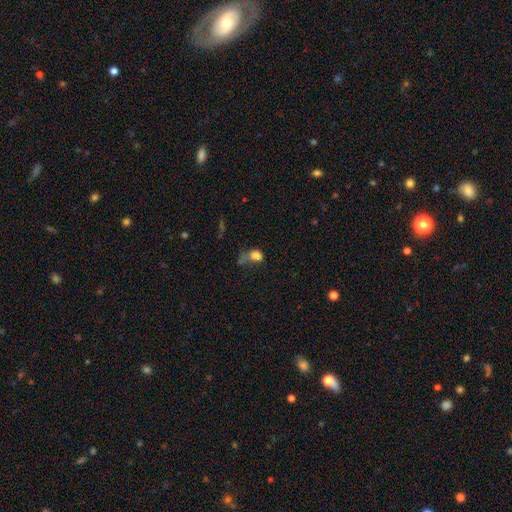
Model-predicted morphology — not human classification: smooth_or_featured: smooth (p=0.72) [alt: star or artifact p=0.15]
how_rounded: in between (p=0.69) [alt: round p=0.29]
merging: major disturbance (p=0.33) [alt: none p=0.23]